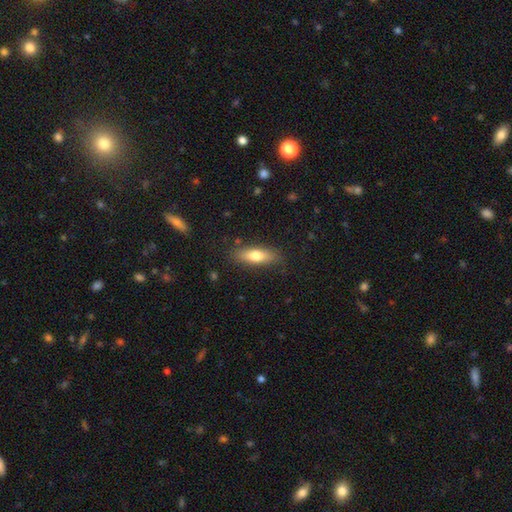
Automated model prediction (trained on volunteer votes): This is likely a smooth galaxy (70%). How rounded: possibly in between (57%). Merging: clearly none (83%).